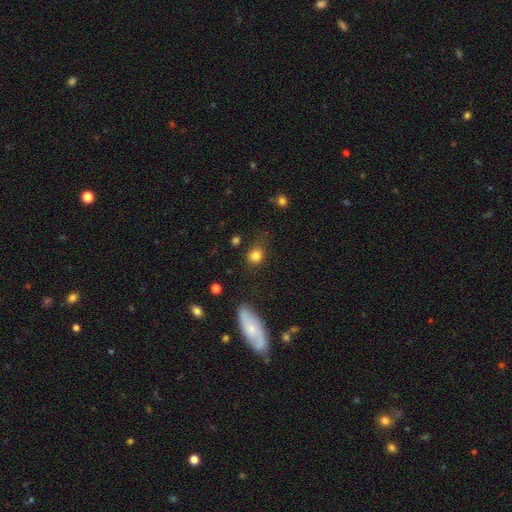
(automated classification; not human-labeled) smooth 82%, star or artifact 12%, featured or disk 6%. Down the decision tree: how rounded — round (75%); merging — none (72%).